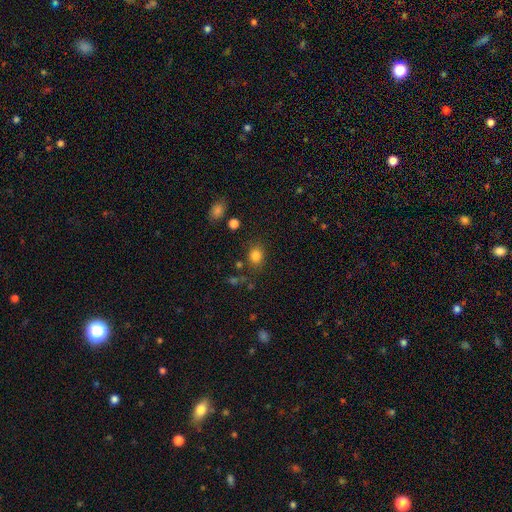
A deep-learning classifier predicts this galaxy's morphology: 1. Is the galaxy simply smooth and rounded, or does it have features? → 82% smooth, 12% star or artifact, 6% featured or disk.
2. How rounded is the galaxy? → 64% round, 35% in between, 1% cigar-shaped.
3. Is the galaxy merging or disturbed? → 79% none, 12% minor disturbance, 4% major disturbance, 4% merger.